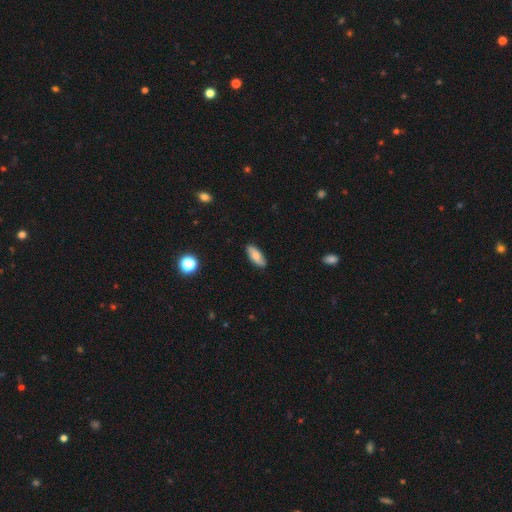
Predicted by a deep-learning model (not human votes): Smooth or featured: smooth — 76% (featured or disk — 17%)
How rounded: in between — 76% (cigar-shaped — 22%)
Merging: none — 87% (minor disturbance — 10%)